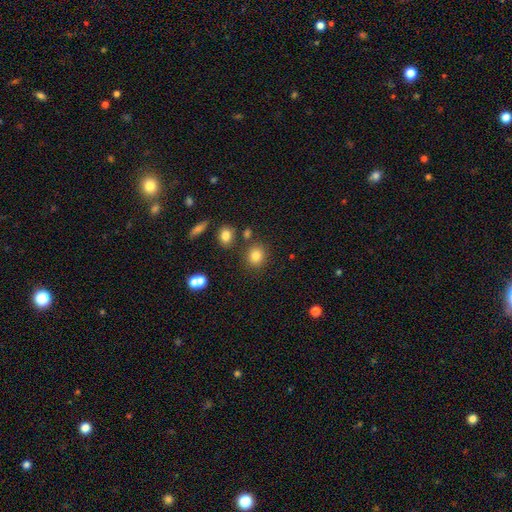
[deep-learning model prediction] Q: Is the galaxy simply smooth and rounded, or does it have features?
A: smooth — 81%.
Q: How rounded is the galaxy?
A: round — 82%.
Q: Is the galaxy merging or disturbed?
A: none — 82%.